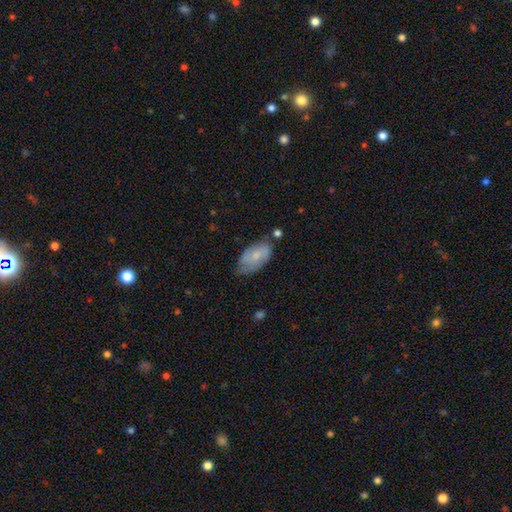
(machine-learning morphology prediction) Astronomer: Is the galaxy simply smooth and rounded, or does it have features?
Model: smooth — 63%.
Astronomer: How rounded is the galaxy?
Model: in between — 93%.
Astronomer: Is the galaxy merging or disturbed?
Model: none — 50% (runner-up: minor disturbance, 36%).